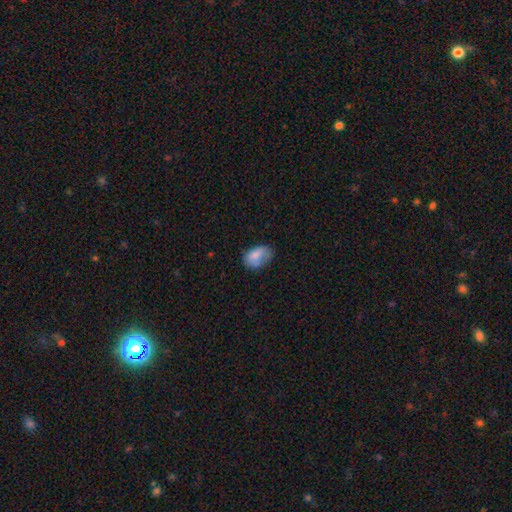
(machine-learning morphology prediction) The model was most divided on "merging": none: 51%, minor disturbance: 33%, major disturbance: 14%, merger: 2%. More confident: how rounded — in between (86%); smooth or featured — smooth (79%).